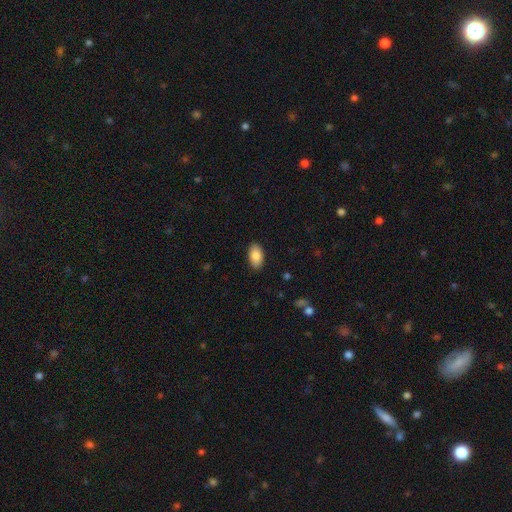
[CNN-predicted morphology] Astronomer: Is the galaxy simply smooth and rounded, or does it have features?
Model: smooth — 86%.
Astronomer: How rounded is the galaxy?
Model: in between — 94%.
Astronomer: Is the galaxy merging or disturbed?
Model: none — 88%.